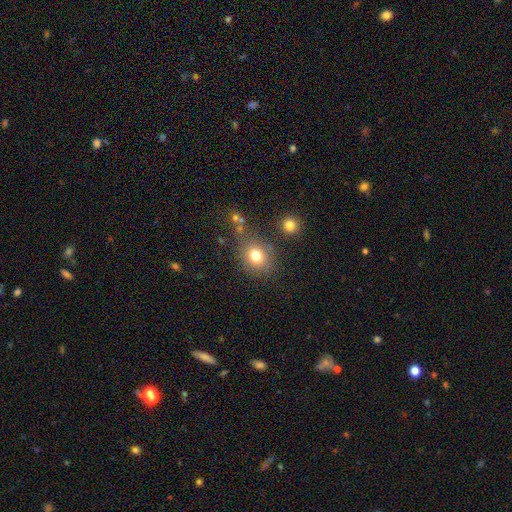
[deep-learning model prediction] Morphology: type=smooth (77%); roundness=round (73%); merging=none (73%).